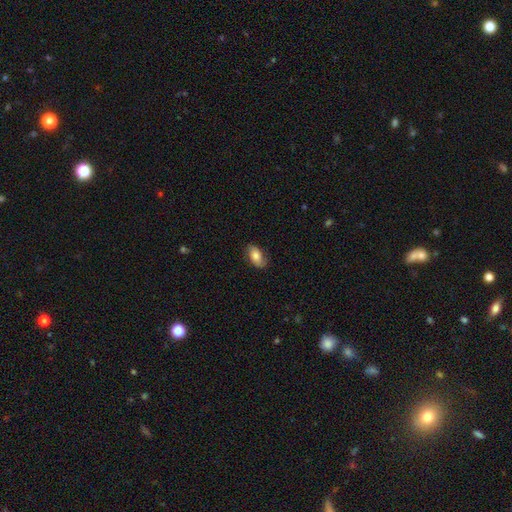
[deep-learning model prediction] Smooth or featured?
  - smooth: 72% *
  - featured or disk: 20%
  - star or artifact: 7%
How rounded?
  - in between: 92% *
  - round: 6%
  - cigar-shaped: 2%
Merging?
  - none: 76% *
  - minor disturbance: 18%
  - major disturbance: 5%
  - merger: 1%